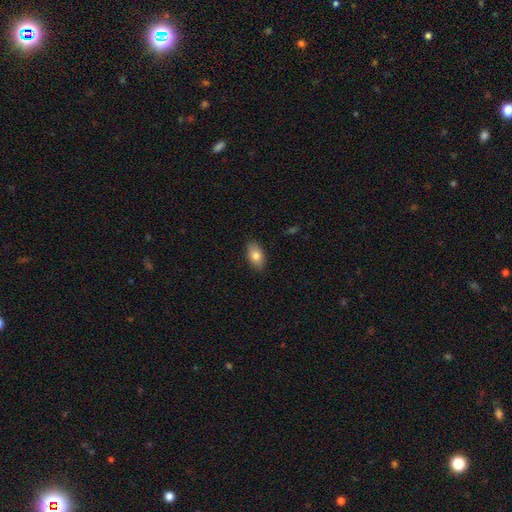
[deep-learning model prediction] Smooth or featured: smooth — 80% (featured or disk — 13%)
How rounded: in between — 91% (round — 7%)
Merging: none — 88% (minor disturbance — 10%)